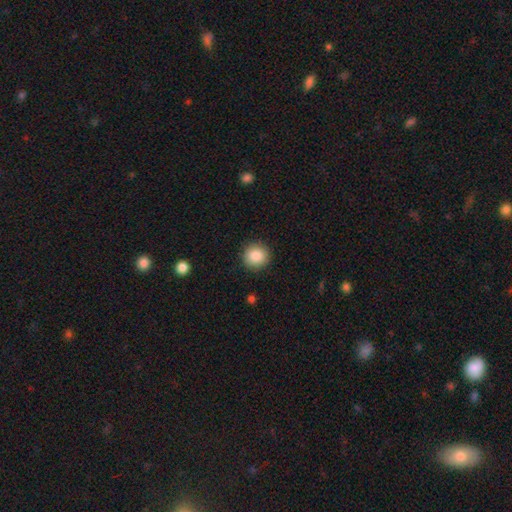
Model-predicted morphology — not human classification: This appears to be a smooth galaxy with no disk features (87%) that is round (93%). Merging: none (91%).